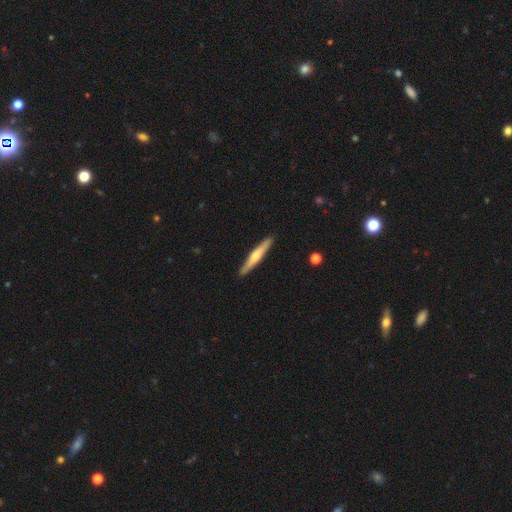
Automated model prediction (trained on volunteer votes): Morphology: type=featured or disk (52%); edge-on=yes (96%); merging=none (90%).